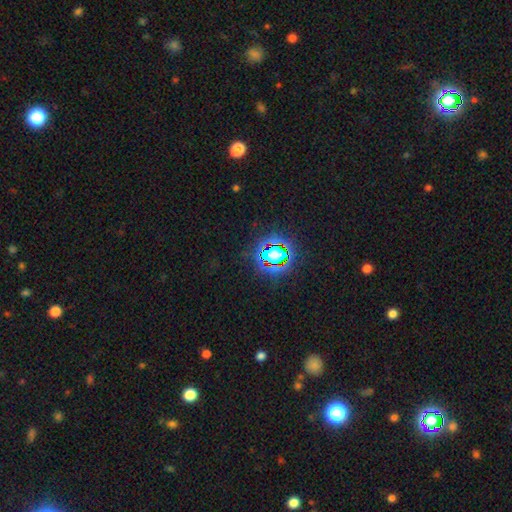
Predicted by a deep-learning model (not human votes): Smooth or featured: star or artifact — 80% (smooth — 12%)